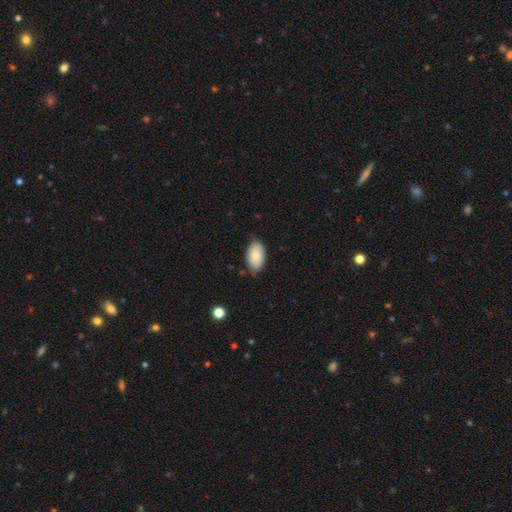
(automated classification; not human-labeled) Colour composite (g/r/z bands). It shows a smooth galaxy with no disk features (80%) that is in between round and cigar-shaped (94%). Merging: none (75%).